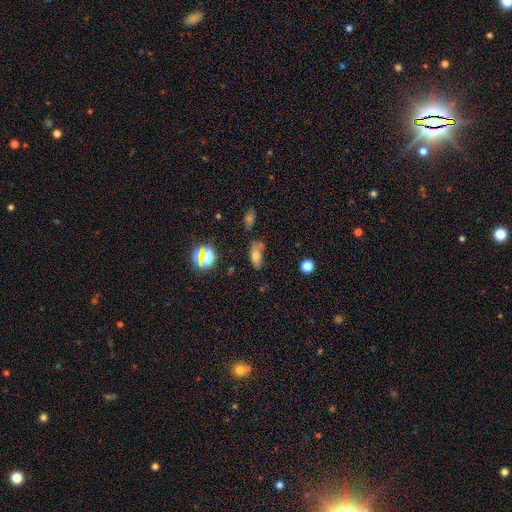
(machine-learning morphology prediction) smooth 65%, star or artifact 19%, featured or disk 16%. Down the decision tree: how rounded — in between (81%); merging — none (57%).